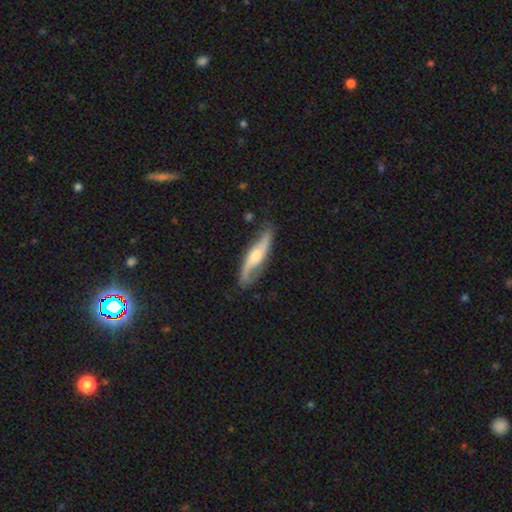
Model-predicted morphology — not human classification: Smooth or featured? Predicted: featured or disk (p=0.76). Edge-on disk? Predicted: no (p=0.56). Merging? Predicted: none (p=0.75).